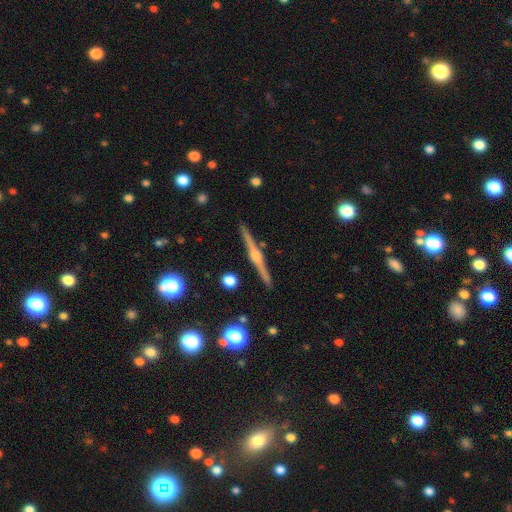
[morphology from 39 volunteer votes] A featured or disk galaxy (82%) viewed edge-on (97%) with a rounded central bulge (94%).

Vote fractions:
- Smooth or featured? featured or disk: 82% / star or artifact: 10% / smooth: 8%
- Edge-on disk? yes: 97% / no: 3%
- Edge-on bulge? rounded: 94% / boxy: 6% / none: 0%
- Merging? none: 97% / minor disturbance: 3% / major disturbance: 0% / merger: 0%